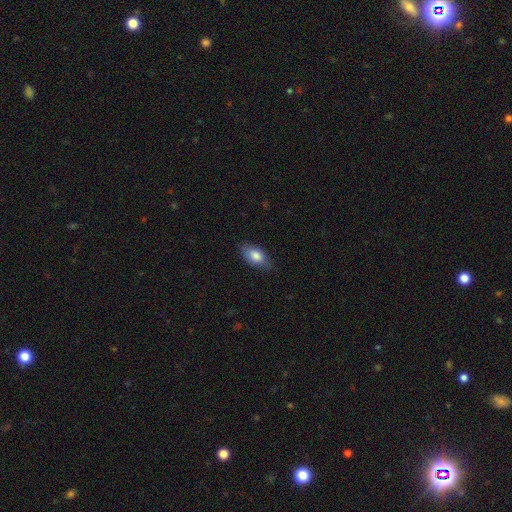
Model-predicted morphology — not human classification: smooth-or-featured: smooth: 82% | featured or disk: 12% | star or artifact: 7%
  how-rounded: in between: 89% | cigar-shaped: 6% | round: 4%
  merging: none: 81% | minor disturbance: 15% | major disturbance: 3% | merger: 1%